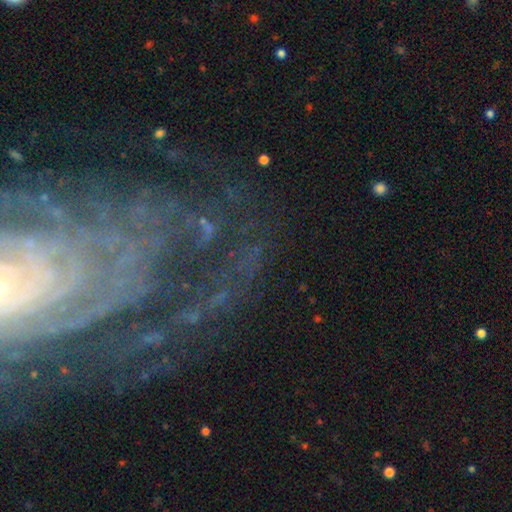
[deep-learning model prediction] Overall: featured or disk (78%). Edge-on disk: no (94%). Bar: no (57%; weak 26%). Spiral arms: yes (88%). Spiral arm count: can't tell (34%; 2 18%). Spiral winding: tight (69%). Bulge size: small (63%). Merging: none (67%).